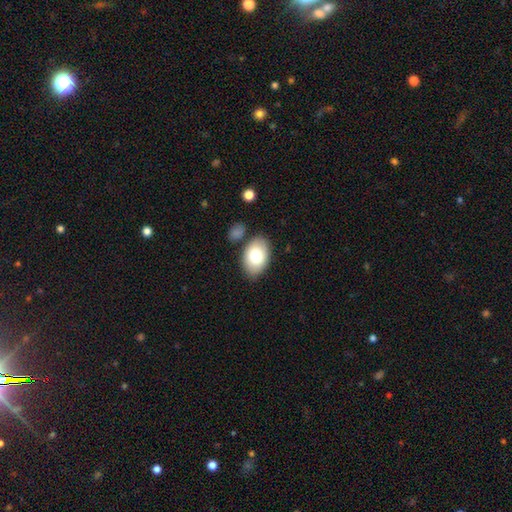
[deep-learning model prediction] Overall: smooth (77%). How rounded: in between (87%). Merging: none (78%).